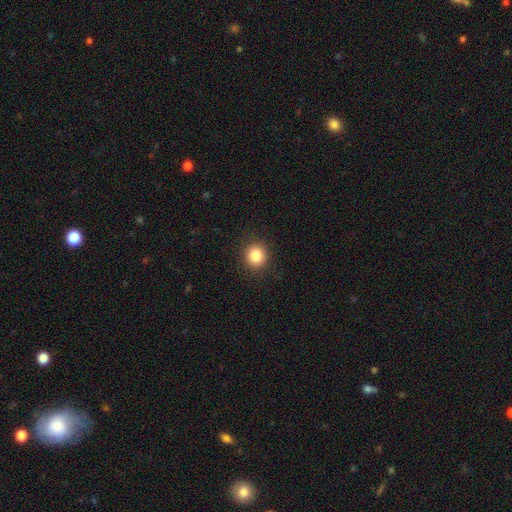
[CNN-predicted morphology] A smooth galaxy with no disk features (84%) that is round (88%).

Vote fractions:
- Smooth or featured? smooth: 84% / star or artifact: 11% / featured or disk: 5%
- How rounded? round: 88% / in between: 11% / cigar-shaped: 1%
- Merging? none: 91% / minor disturbance: 6% / major disturbance: 2% / merger: 1%